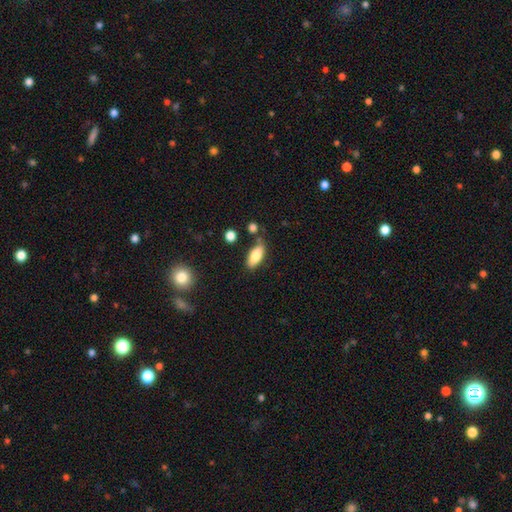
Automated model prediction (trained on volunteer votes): A smooth galaxy with no disk features (81%) that is in between round and cigar-shaped (83%). Merging: none (71%).